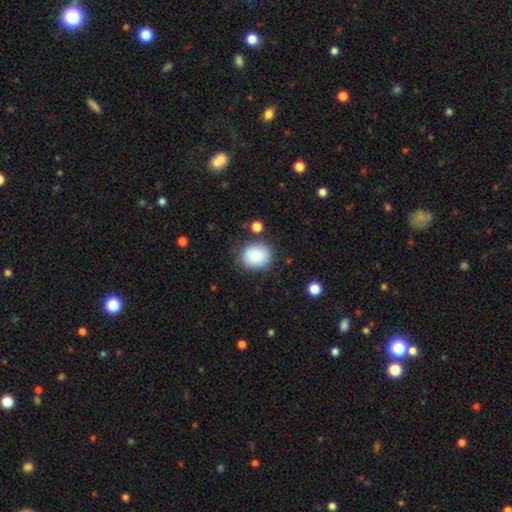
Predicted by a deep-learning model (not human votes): Q: Smooth or featured?
A: smooth (85%); runner-up: star or artifact (8%)
Q: How rounded?
A: round (70%); runner-up: in between (30%)
Q: Merging?
A: none (78%); runner-up: minor disturbance (13%)